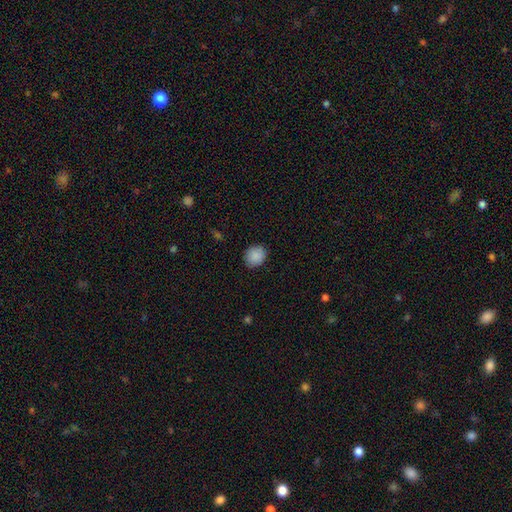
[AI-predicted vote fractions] smooth_or_featured: smooth (p=0.89) [alt: star or artifact p=0.08]
how_rounded: round (p=0.71) [alt: in between p=0.28]
merging: none (p=0.87) [alt: minor disturbance p=0.10]